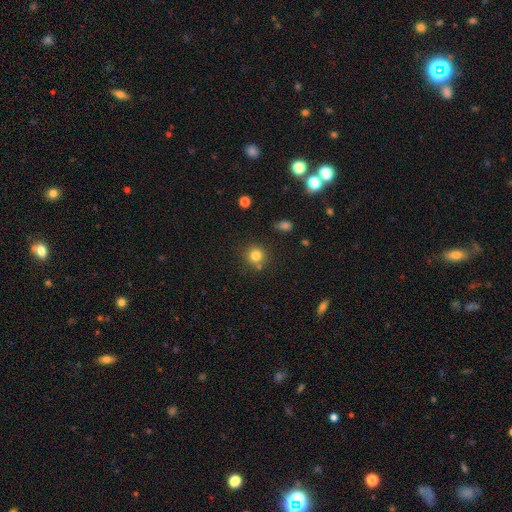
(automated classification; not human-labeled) A smooth galaxy with no disk features (80%) that is round (92%).

Vote fractions:
- Smooth or featured? smooth: 80% / star or artifact: 13% / featured or disk: 7%
- How rounded? round: 92% / in between: 7% / cigar-shaped: 1%
- Merging? none: 78% / merger: 10% / minor disturbance: 9% / major disturbance: 3%